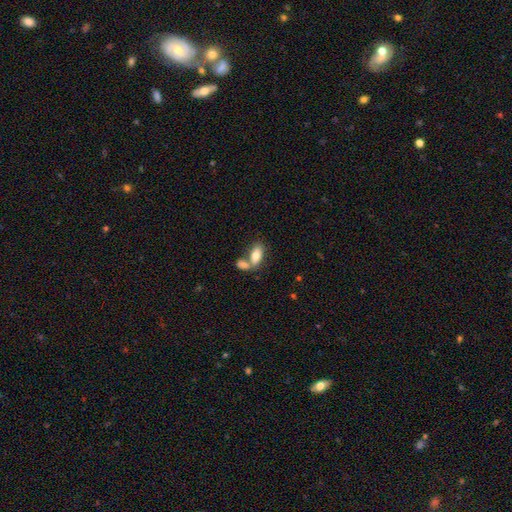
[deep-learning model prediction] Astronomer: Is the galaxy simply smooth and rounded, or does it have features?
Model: smooth — 79%.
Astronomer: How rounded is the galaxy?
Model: in between — 89%.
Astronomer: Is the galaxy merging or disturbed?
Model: merger — 49% (runner-up: none, 37%).